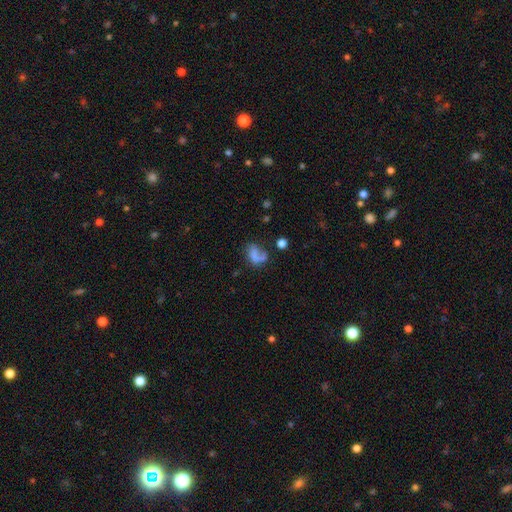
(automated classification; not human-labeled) Morphology: type=smooth (55%); roundness=in between (72%); merging=none (31%).